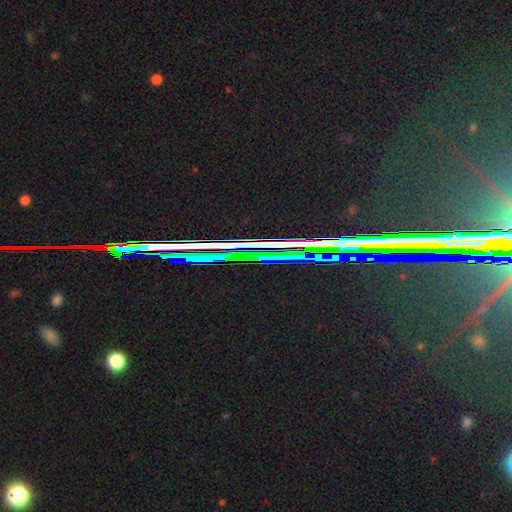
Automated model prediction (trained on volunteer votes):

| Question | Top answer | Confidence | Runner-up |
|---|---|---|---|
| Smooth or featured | star or artifact | 83% | featured or disk (10%) |